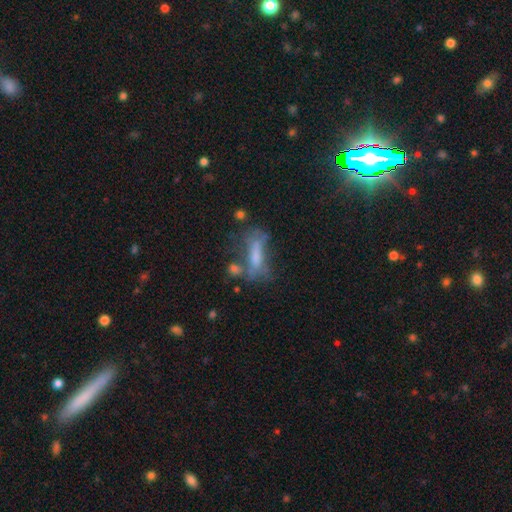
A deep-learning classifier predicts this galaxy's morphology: smooth-or-featured: smooth: 45% | featured or disk: 39% | star or artifact: 16%
  merging: none: 35% | major disturbance: 28% | minor disturbance: 21% | merger: 16%